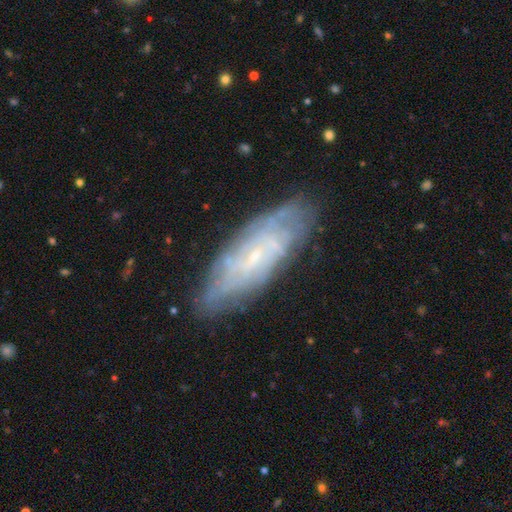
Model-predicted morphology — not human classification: Smooth or featured? featured or disk (71%)
Edge-on disk? no (83%)
Bar? no (57%)
Spiral arms? yes (83%)
Bulge size? small (80%)
Merging? none (79%)